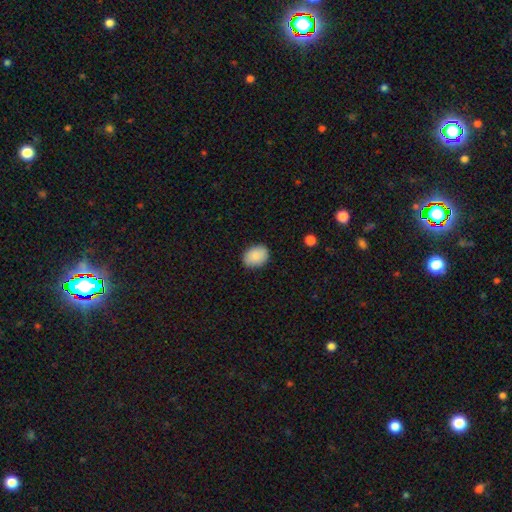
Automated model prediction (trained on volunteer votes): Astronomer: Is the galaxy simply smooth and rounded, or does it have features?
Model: smooth — 88%.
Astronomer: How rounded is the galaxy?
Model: in between — 72%.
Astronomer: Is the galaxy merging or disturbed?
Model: none — 83%.